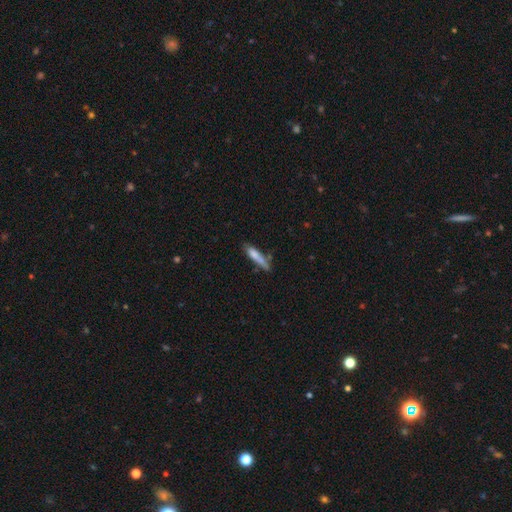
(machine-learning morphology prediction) smooth 74%, featured or disk 19%, star or artifact 7%. Down the decision tree: how rounded — cigar-shaped (83%); merging — none (58%).